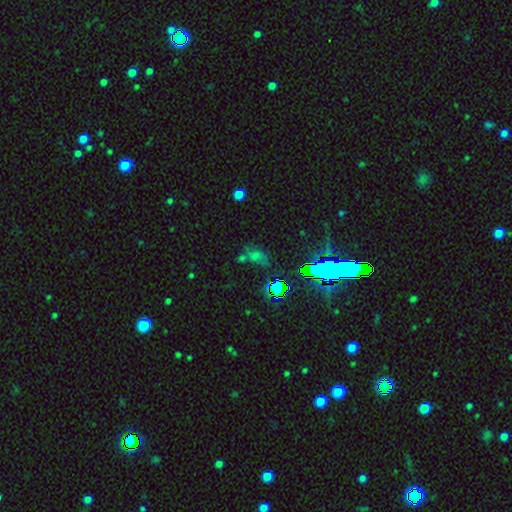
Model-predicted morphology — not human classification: This is possibly a star or artifact rather than a galaxy (53%).